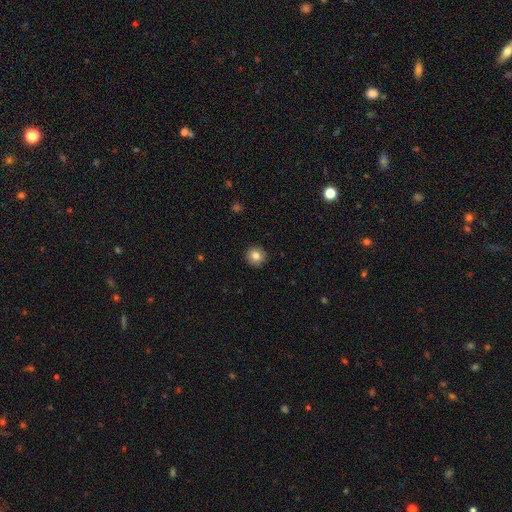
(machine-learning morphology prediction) Q: Smooth or featured?
A: smooth (82%); runner-up: star or artifact (9%)
Q: How rounded?
A: round (93%); runner-up: in between (6%)
Q: Merging?
A: none (92%); runner-up: minor disturbance (6%)